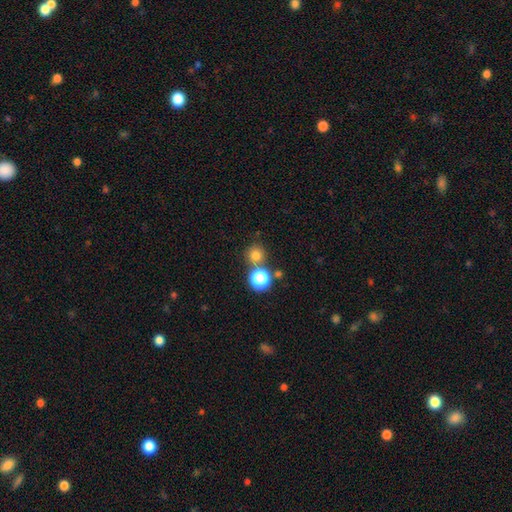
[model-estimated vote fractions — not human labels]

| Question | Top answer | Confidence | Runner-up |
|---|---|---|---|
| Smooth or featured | smooth | 74% | star or artifact (19%) |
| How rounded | round | 92% | in between (7%) |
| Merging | none | 73% | merger (17%) |